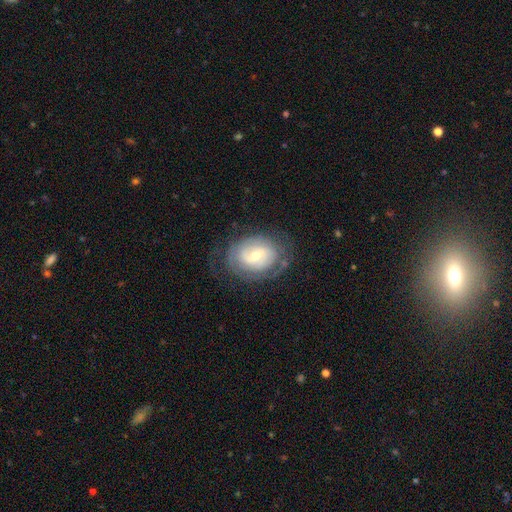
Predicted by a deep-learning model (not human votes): A featured or disk galaxy (72%) with a weak bar (51%), 2 (43%) tight (60%) spiral arms (79%) and a small central bulge (48%). Merging: none (72%).